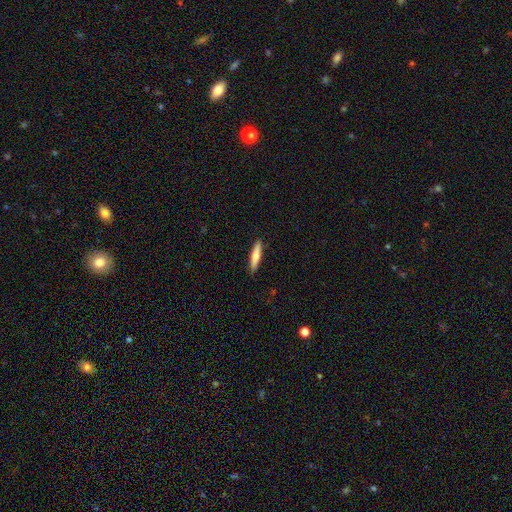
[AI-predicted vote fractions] smooth 67%, featured or disk 28%, star or artifact 5%. Down the decision tree: how rounded — cigar-shaped (86%); merging — none (90%).